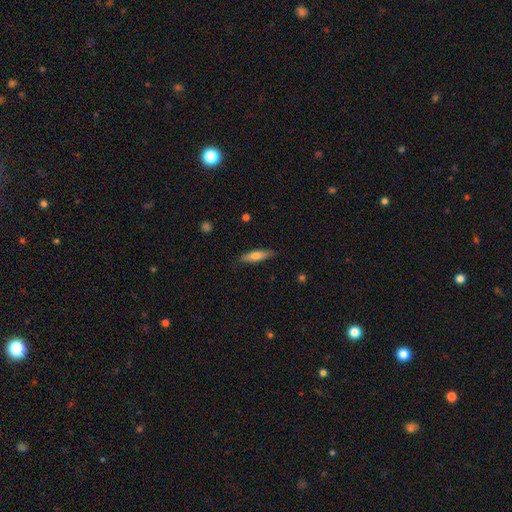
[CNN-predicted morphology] A smooth galaxy with no disk features (63%) that is cigar-shaped (71%).

Vote fractions:
- Smooth or featured? smooth: 63% / featured or disk: 31% / star or artifact: 6%
- How rounded? cigar-shaped: 71% / in between: 27% / round: 2%
- Merging? none: 86% / minor disturbance: 11% / major disturbance: 2% / merger: 1%